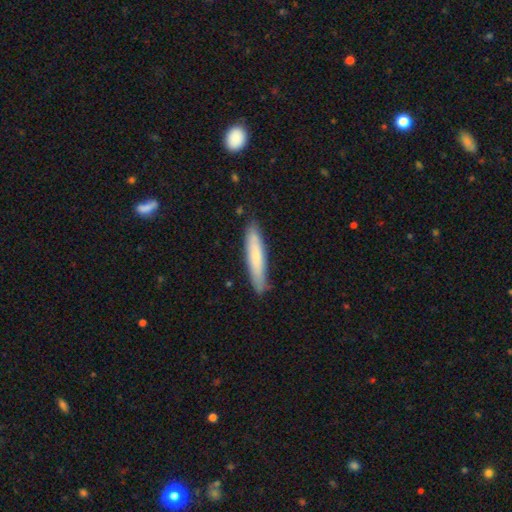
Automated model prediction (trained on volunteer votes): smooth_or_featured: smooth (p=0.67) [alt: featured or disk p=0.28]
how_rounded: cigar-shaped (p=0.91) [alt: in between p=0.08]
merging: none (p=0.84) [alt: minor disturbance p=0.12]